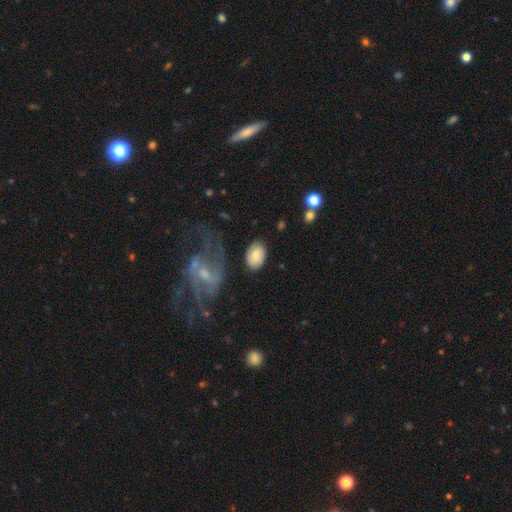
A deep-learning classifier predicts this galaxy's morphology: This is likely a smooth galaxy (68%). How rounded: likely in between (80%). Merging: likely none (74%).